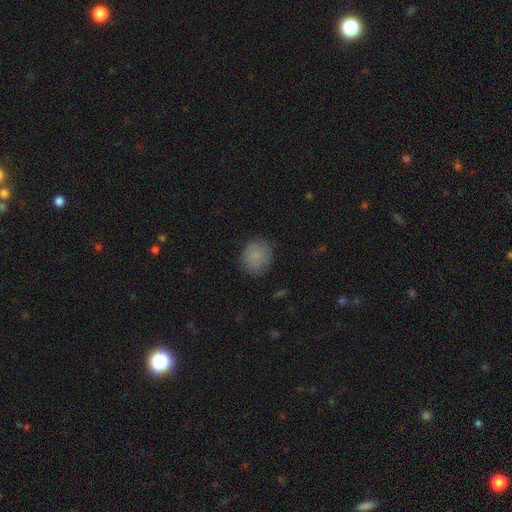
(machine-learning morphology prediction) Smooth or featured: smooth — 85% (star or artifact — 9%)
How rounded: round — 76% (in between — 24%)
Merging: none — 82% (minor disturbance — 13%)